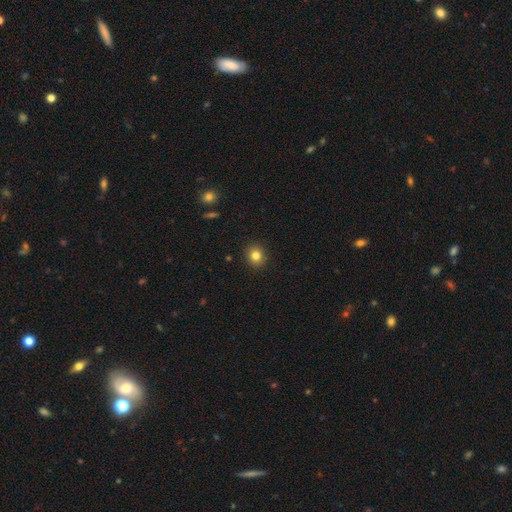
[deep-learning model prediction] Smooth or featured?
  - smooth: 81% *
  - star or artifact: 12%
  - featured or disk: 7%
How rounded?
  - round: 83% *
  - in between: 16%
  - cigar-shaped: 1%
Merging?
  - none: 91% *
  - minor disturbance: 6%
  - major disturbance: 2%
  - merger: 1%